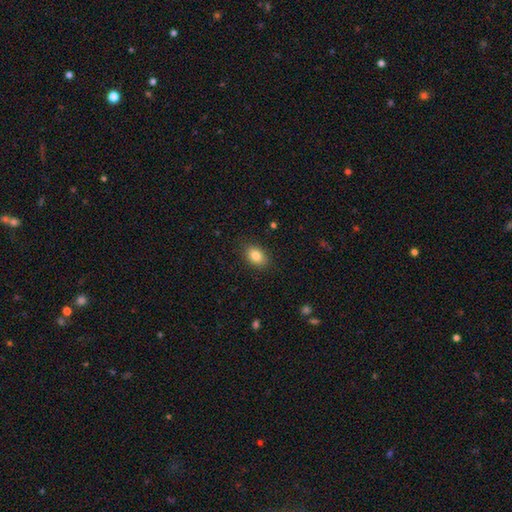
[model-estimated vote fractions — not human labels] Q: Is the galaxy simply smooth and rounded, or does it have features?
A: smooth — 85%.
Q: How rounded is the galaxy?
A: in between — 83%.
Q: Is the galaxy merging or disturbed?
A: none — 87%.